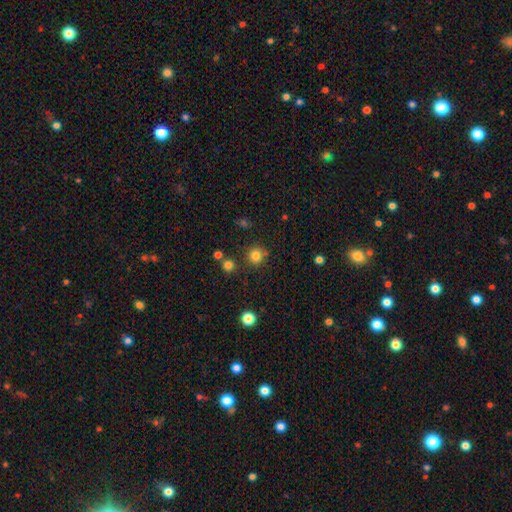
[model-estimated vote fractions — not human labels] Smooth or featured?
  - smooth: 81% *
  - star or artifact: 14%
  - featured or disk: 5%
How rounded?
  - round: 93% *
  - in between: 6%
  - cigar-shaped: 1%
Merging?
  - none: 84% *
  - minor disturbance: 8%
  - merger: 5%
  - major disturbance: 3%